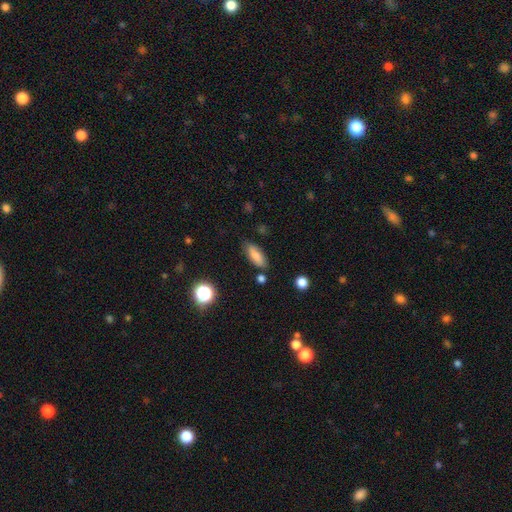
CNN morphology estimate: Smooth or featured? smooth (78%)
How rounded? in between (73%)
Merging? none (81%)